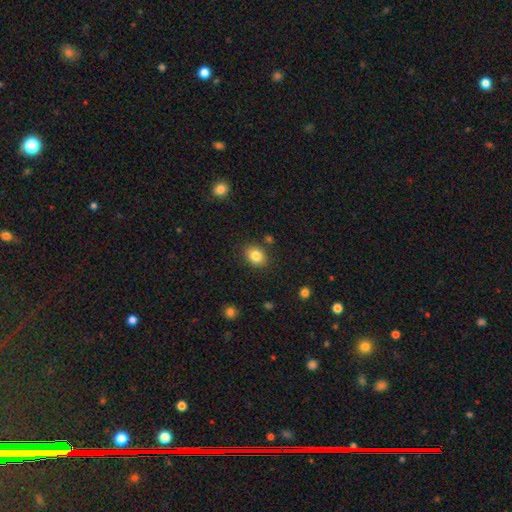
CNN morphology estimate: smooth_or_featured: smooth (p=0.84) [alt: star or artifact p=0.09]
how_rounded: in between (p=0.55) [alt: round p=0.44]
merging: none (p=0.85) [alt: minor disturbance p=0.09]